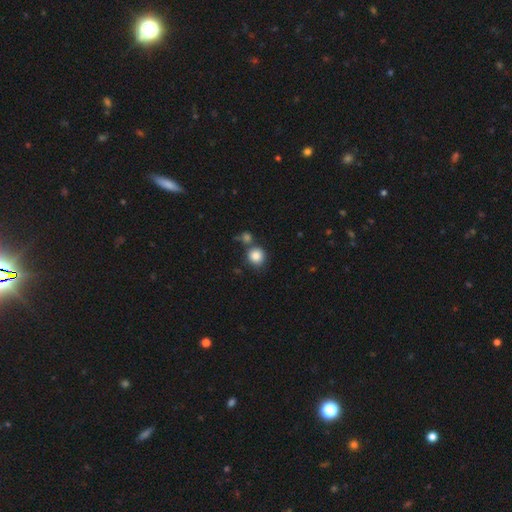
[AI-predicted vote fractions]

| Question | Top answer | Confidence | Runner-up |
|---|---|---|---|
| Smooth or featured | smooth | 85% | star or artifact (9%) |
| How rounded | round | 89% | in between (10%) |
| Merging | none | 65% | merger (21%) |